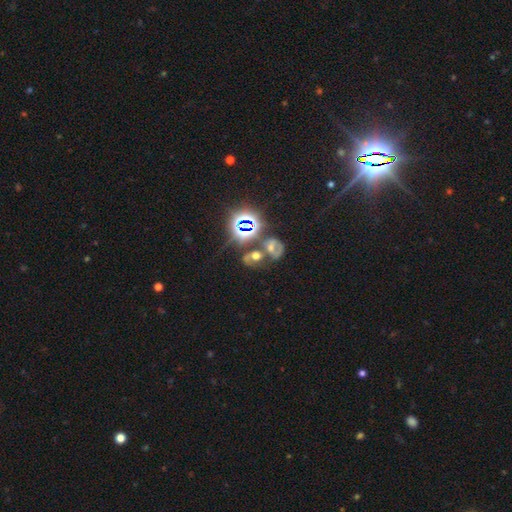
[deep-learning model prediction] A star or artifact, not a galaxy (36%).

Vote fractions:
- Smooth or featured? star or artifact: 36% / smooth: 33% / featured or disk: 31%